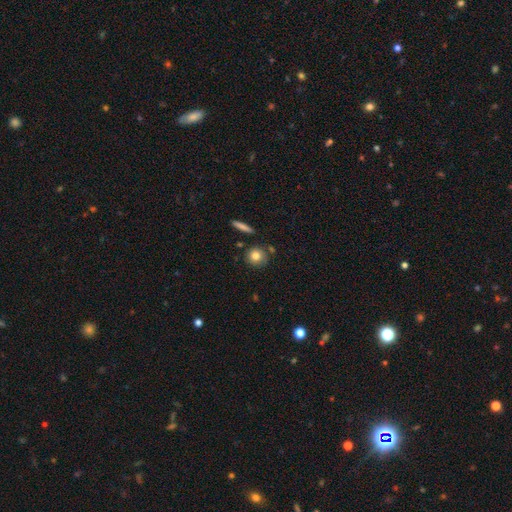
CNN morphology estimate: Smooth or featured? smooth (80%)
How rounded? round (88%)
Merging? none (79%)